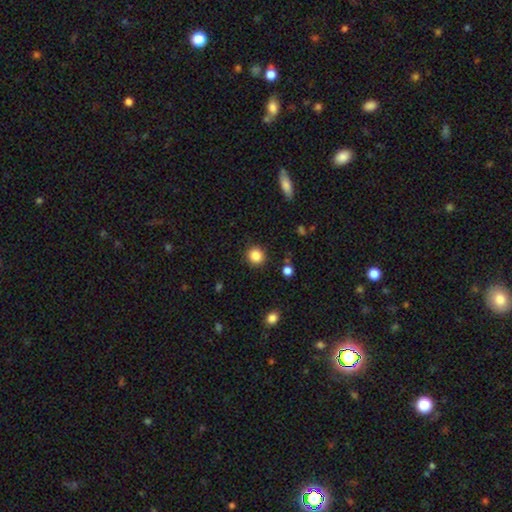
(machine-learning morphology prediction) type=smooth (86%); roundness=round (90%); merging=none (90%).